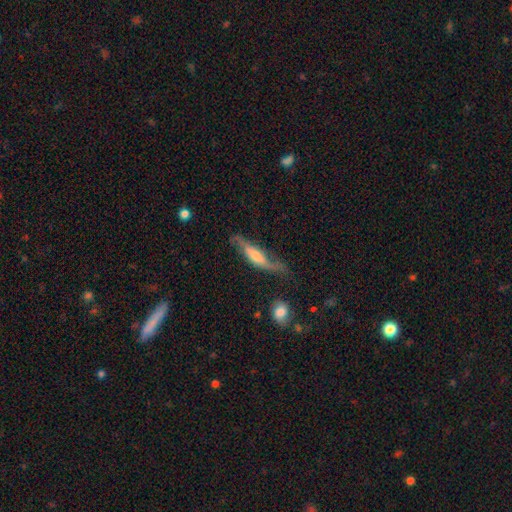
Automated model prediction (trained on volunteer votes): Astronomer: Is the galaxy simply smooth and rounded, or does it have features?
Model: featured or disk — 67%.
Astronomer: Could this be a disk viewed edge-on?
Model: yes — 58% (runner-up: no, 42%).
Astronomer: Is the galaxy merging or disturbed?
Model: none — 59%.